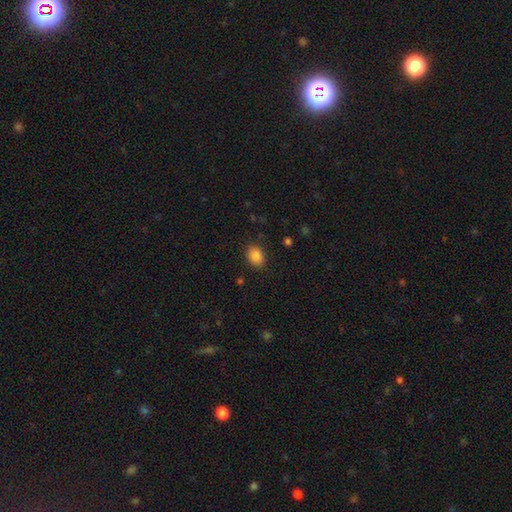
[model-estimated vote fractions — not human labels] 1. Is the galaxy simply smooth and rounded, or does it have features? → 87% smooth, 10% star or artifact, 4% featured or disk.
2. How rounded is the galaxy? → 61% in between, 38% round, 1% cigar-shaped.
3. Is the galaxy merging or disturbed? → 86% none, 10% minor disturbance, 3% major disturbance, 1% merger.